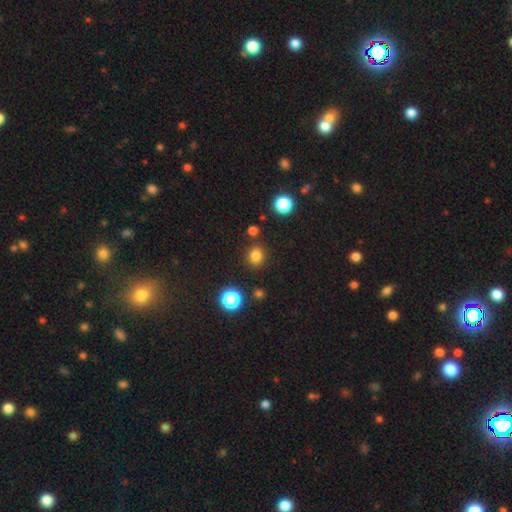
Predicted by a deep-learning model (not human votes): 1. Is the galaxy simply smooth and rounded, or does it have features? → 81% smooth, 15% star or artifact, 4% featured or disk.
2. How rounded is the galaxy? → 81% round, 18% in between, 1% cigar-shaped.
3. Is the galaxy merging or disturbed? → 87% none, 7% minor disturbance, 4% merger, 3% major disturbance.